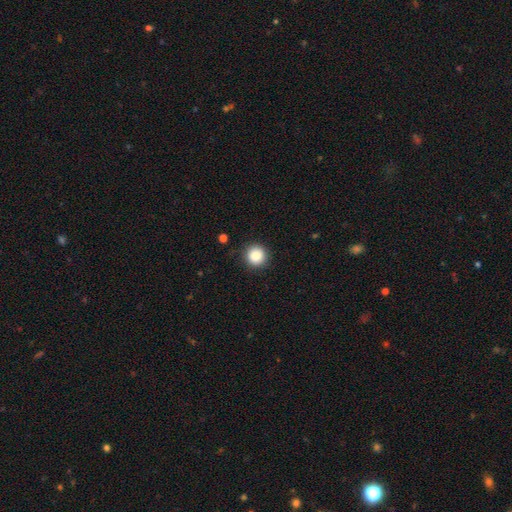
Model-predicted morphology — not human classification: Smooth or featured? Predicted: smooth (p=0.87). How rounded? Predicted: round (p=0.93). Merging? Predicted: none (p=0.90).